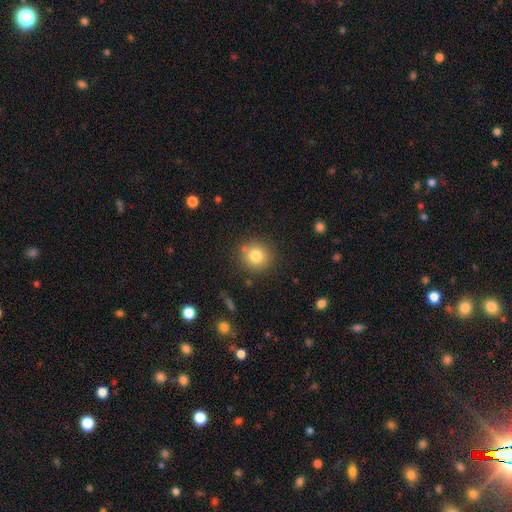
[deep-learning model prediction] A smooth galaxy with no disk features (80%) that is round (89%). Merging: none (83%).